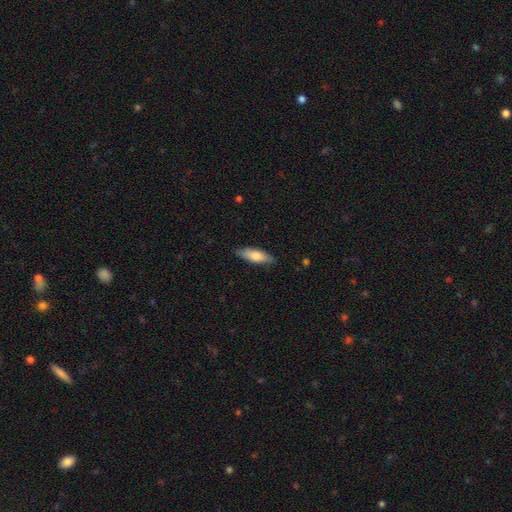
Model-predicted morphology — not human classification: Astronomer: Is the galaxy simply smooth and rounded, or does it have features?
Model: smooth — 73%.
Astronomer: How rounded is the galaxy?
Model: in between — 56% (runner-up: cigar-shaped, 42%).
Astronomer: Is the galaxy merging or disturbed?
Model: none — 85%.